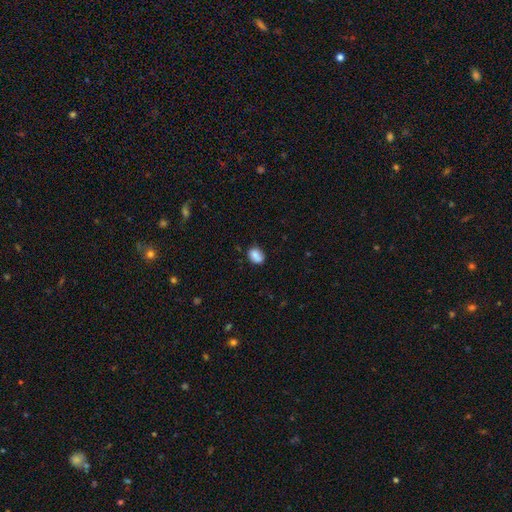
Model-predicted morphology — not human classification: Smooth or featured: smooth — 83% (star or artifact — 9%)
How rounded: in between — 68% (round — 31%)
Merging: none — 70% (minor disturbance — 22%)